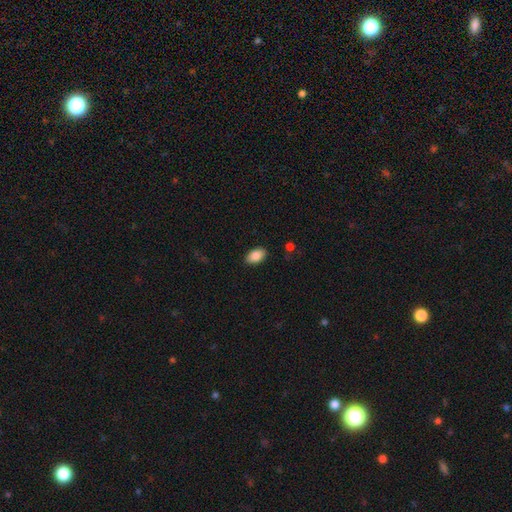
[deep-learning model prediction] Q: Smooth or featured?
A: smooth (87%); runner-up: star or artifact (7%)
Q: How rounded?
A: in between (93%); runner-up: round (6%)
Q: Merging?
A: none (89%); runner-up: minor disturbance (8%)